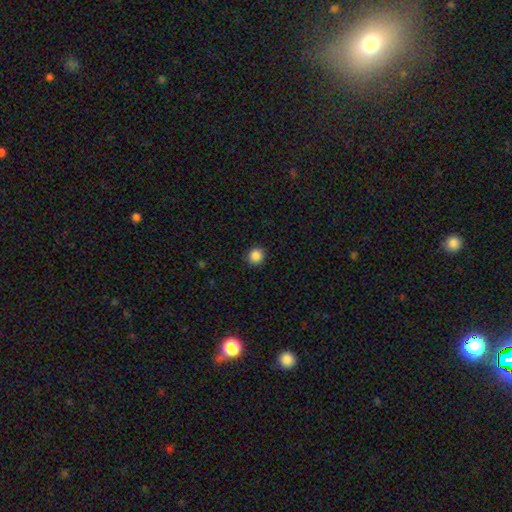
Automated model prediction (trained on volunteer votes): The model was most divided on "smooth or featured": smooth: 87%, star or artifact: 10%, featured or disk: 3%. More confident: how rounded — round (93%); merging — none (91%).